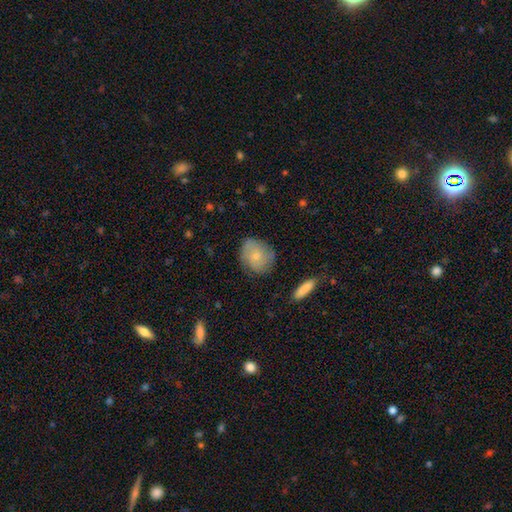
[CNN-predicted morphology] Smooth or featured: smooth — 68% (featured or disk — 25%)
How rounded: round — 61% (in between — 38%)
Merging: none — 74% (minor disturbance — 19%)